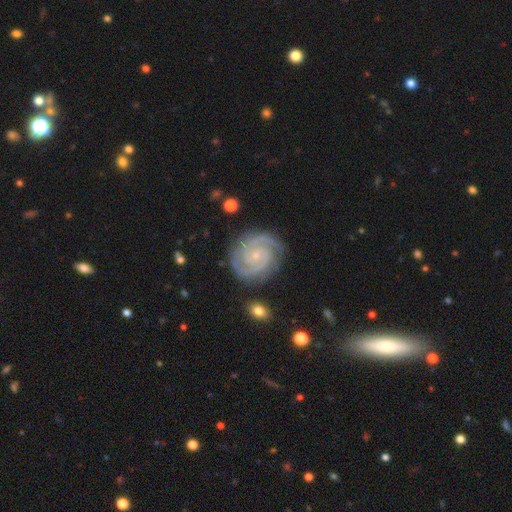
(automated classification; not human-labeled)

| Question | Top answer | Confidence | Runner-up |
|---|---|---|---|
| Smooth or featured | featured or disk | 93% | star or artifact (4%) |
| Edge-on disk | no | 98% | yes (2%) |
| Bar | no | 67% | weak (25%) |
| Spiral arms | yes | 99% | no (1%) |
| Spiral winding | tight | 78% | medium (20%) |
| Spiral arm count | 2 | 71% | 3 (16%) |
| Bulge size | small | 81% | moderate (13%) |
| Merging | none | 83% | minor disturbance (12%) |